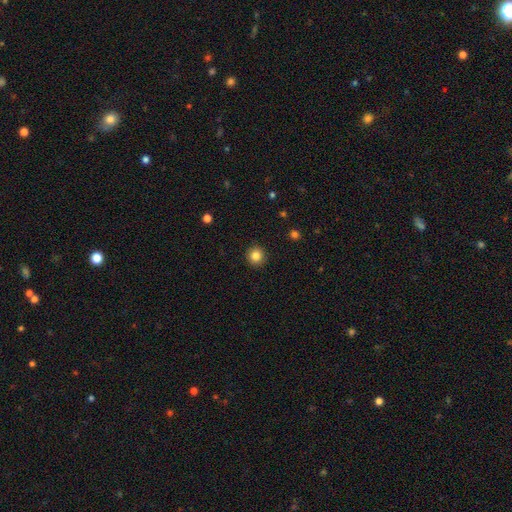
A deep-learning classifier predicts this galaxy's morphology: Smooth or featured?
  - smooth: 84% *
  - star or artifact: 11%
  - featured or disk: 5%
How rounded?
  - round: 94% *
  - in between: 5%
  - cigar-shaped: 1%
Merging?
  - none: 93% *
  - minor disturbance: 5%
  - major disturbance: 2%
  - merger: 1%